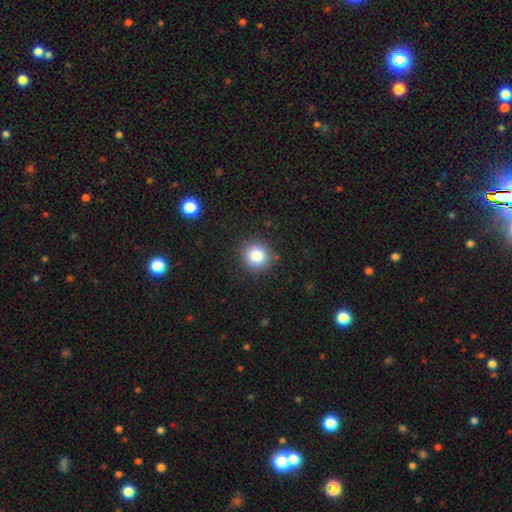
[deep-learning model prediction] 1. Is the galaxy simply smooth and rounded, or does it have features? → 84% smooth, 10% star or artifact, 6% featured or disk.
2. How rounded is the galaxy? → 93% round, 6% in between, 1% cigar-shaped.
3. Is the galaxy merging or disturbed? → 89% none, 8% minor disturbance, 2% major disturbance, 1% merger.